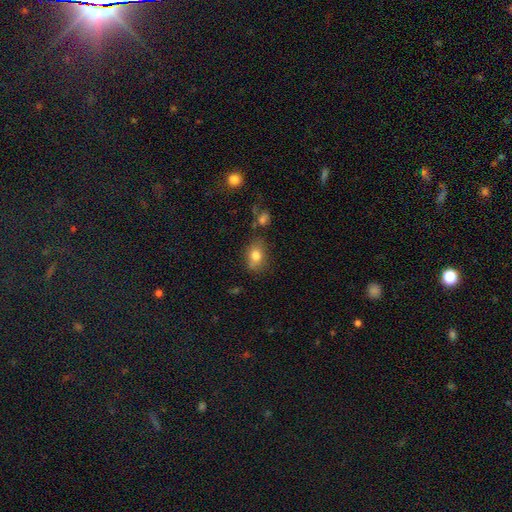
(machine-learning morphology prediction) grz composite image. It shows a smooth galaxy with no disk features (78%) that is in between round and cigar-shaped (71%). Merging: none (67%).